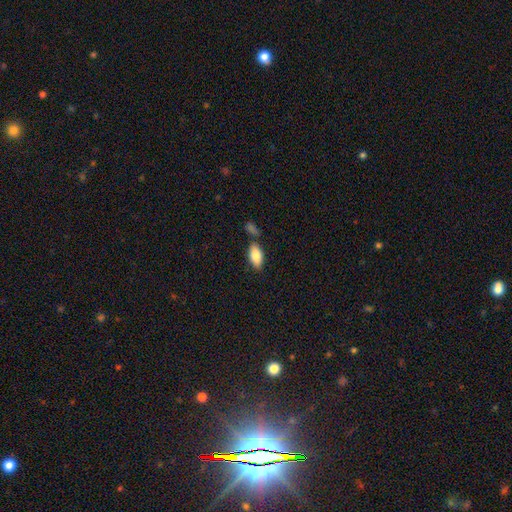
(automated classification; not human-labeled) Morphology: type=smooth (83%); roundness=in between (92%); merging=none (71%).